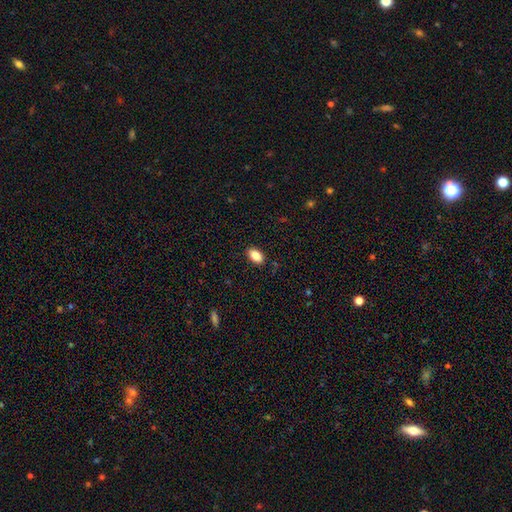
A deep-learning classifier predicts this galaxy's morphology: This is clearly a smooth galaxy (87%). How rounded: clearly in between (91%). Merging: clearly none (88%).